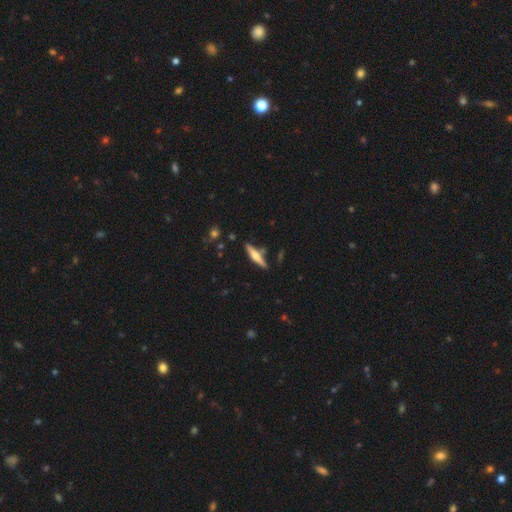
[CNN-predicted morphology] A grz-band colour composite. It shows a featured or disk galaxy (57%) viewed edge-on (97%) with a rounded central bulge (83%). Merging: none (80%).